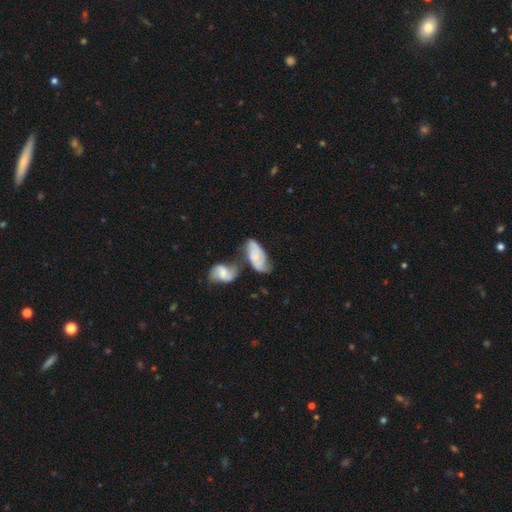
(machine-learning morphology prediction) Smooth or featured? featured or disk (57%)
Edge-on disk? no (94%)
Bar? no (63%)
Spiral arms? yes (86%)
Bulge size? small (49%)
Merging? merger (37%)